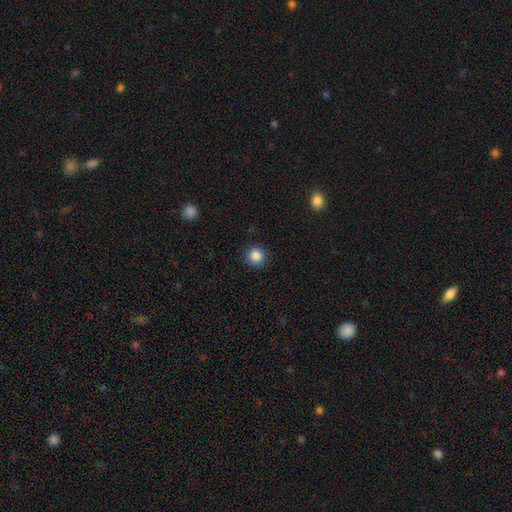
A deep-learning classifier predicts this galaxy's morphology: Q: Smooth or featured?
A: smooth (87%); runner-up: star or artifact (10%)
Q: How rounded?
A: round (94%); runner-up: in between (5%)
Q: Merging?
A: none (90%); runner-up: minor disturbance (6%)